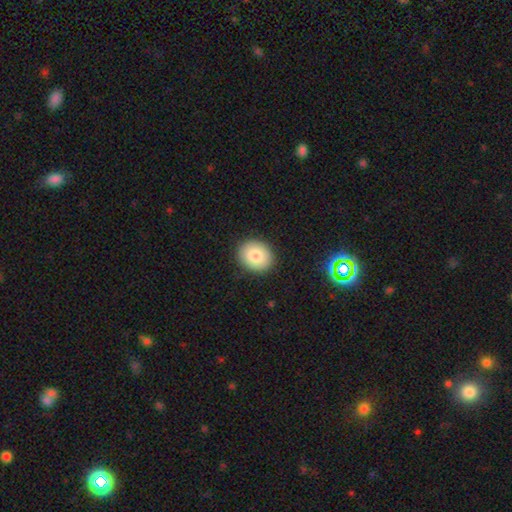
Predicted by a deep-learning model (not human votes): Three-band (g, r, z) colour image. It shows a smooth galaxy with no disk features (84%) that is round (63%). Merging: none (89%).